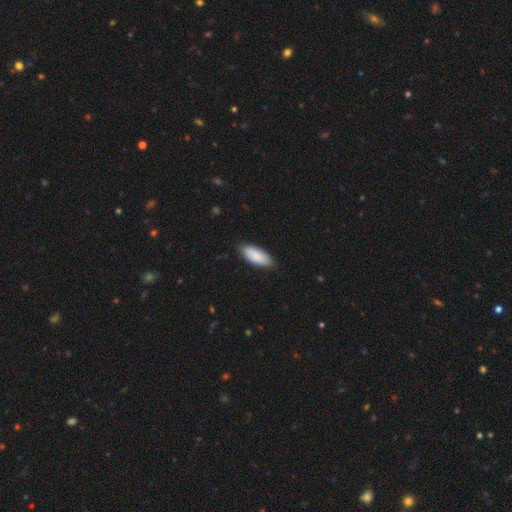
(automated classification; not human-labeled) smooth-or-featured: smooth: 87% | featured or disk: 8% | star or artifact: 5%
  how-rounded: in between: 83% | cigar-shaped: 15% | round: 2%
  merging: none: 83% | minor disturbance: 14% | major disturbance: 2% | merger: 1%